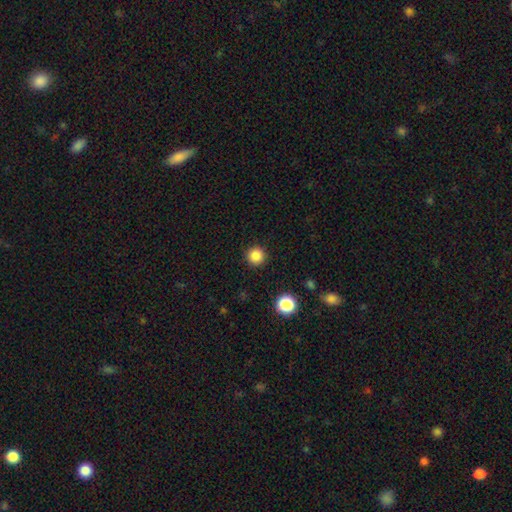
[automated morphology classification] The model was most divided on "smooth or featured": smooth: 85%, star or artifact: 12%, featured or disk: 3%. More confident: how rounded — round (96%); merging — none (92%).